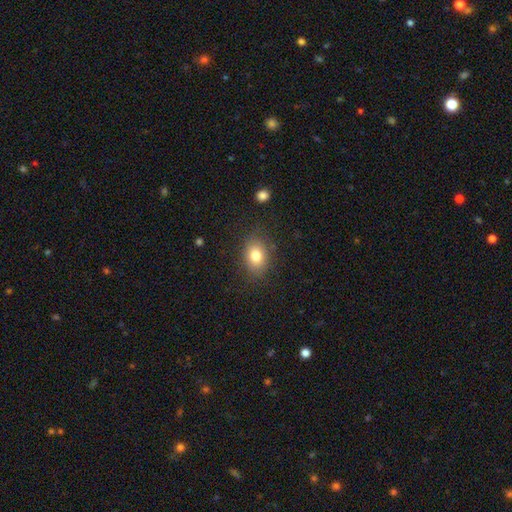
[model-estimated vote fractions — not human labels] smooth 80%, featured or disk 11%, star or artifact 10%. Down the decision tree: how rounded — in between (68%); merging — none (82%).